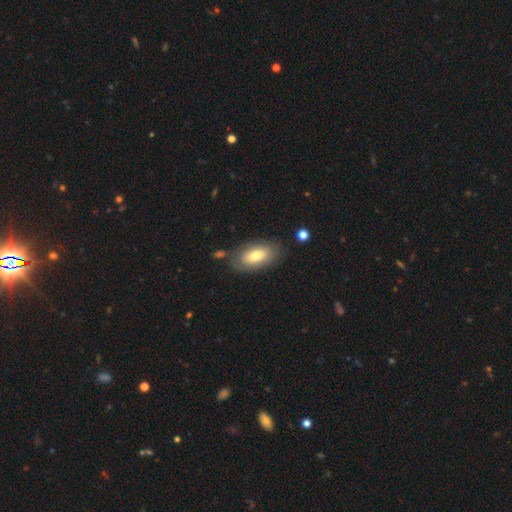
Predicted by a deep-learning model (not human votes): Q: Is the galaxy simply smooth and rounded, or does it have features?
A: smooth — 70%.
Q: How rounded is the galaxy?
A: in between — 92%.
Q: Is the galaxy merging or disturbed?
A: none — 77%.